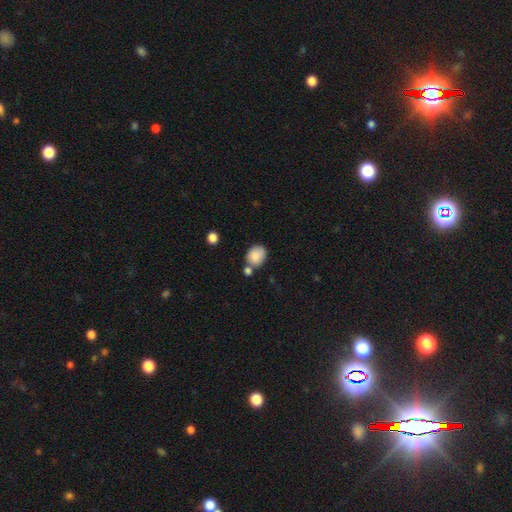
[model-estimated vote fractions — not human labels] Q: Smooth or featured?
A: smooth (86%); runner-up: star or artifact (8%)
Q: How rounded?
A: round (54%); runner-up: in between (45%)
Q: Merging?
A: none (59%); runner-up: merger (21%)